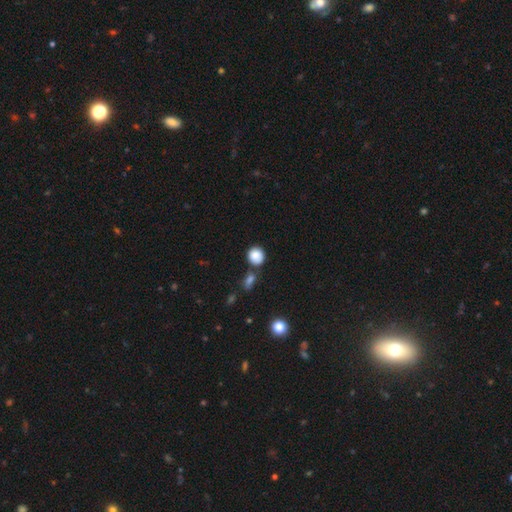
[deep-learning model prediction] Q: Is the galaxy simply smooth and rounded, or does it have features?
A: smooth — 87%.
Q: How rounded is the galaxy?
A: round — 84%.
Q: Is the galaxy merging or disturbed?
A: none — 71%.